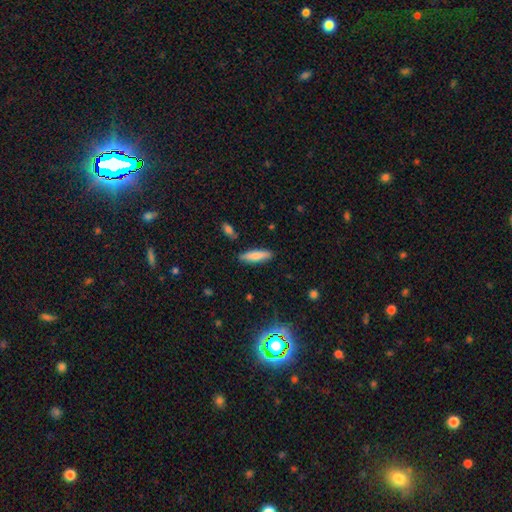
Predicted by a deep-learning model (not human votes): Morphology: type=smooth (78%); roundness=cigar-shaped (69%); merging=none (85%).